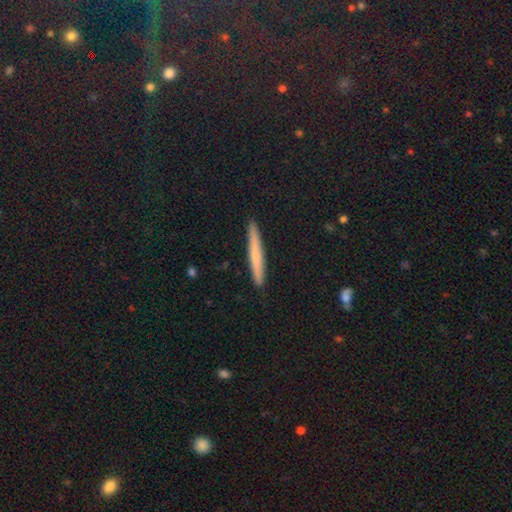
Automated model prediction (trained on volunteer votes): Smooth or featured?
  - smooth: 60% *
  - featured or disk: 32%
  - star or artifact: 8%
How rounded?
  - cigar-shaped: 96% *
  - in between: 2%
  - round: 1%
Merging?
  - none: 92% *
  - minor disturbance: 6%
  - major disturbance: 1%
  - merger: 1%